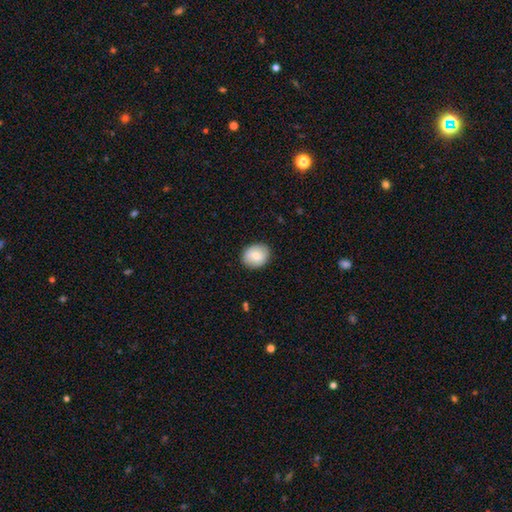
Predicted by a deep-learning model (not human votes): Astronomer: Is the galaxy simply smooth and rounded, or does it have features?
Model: smooth — 78%.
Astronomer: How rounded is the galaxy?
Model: round — 56% (runner-up: in between, 43%).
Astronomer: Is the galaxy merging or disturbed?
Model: none — 87%.